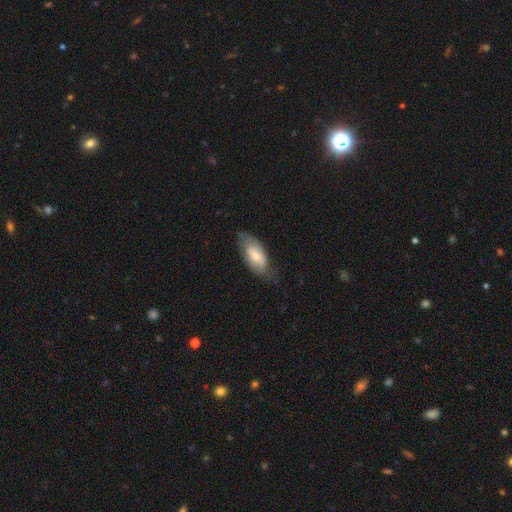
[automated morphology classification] Smooth or featured?
  - smooth: 61% *
  - featured or disk: 33%
  - star or artifact: 6%
How rounded?
  - in between: 89% *
  - cigar-shaped: 9%
  - round: 3%
Merging?
  - none: 64% *
  - minor disturbance: 27%
  - major disturbance: 8%
  - merger: 1%